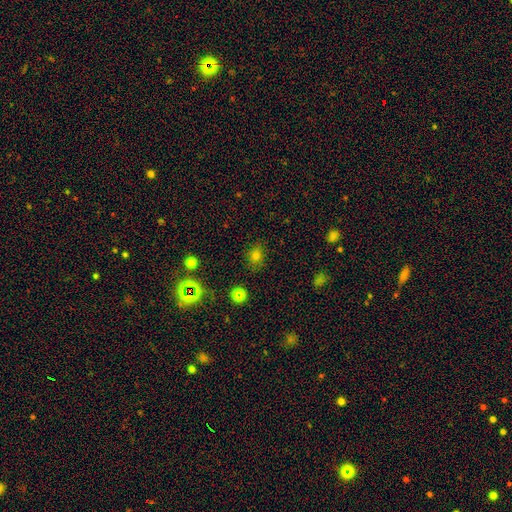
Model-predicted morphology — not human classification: This appears to be a smooth galaxy with no disk features (70%) that is round (52%). Merging: none (82%).